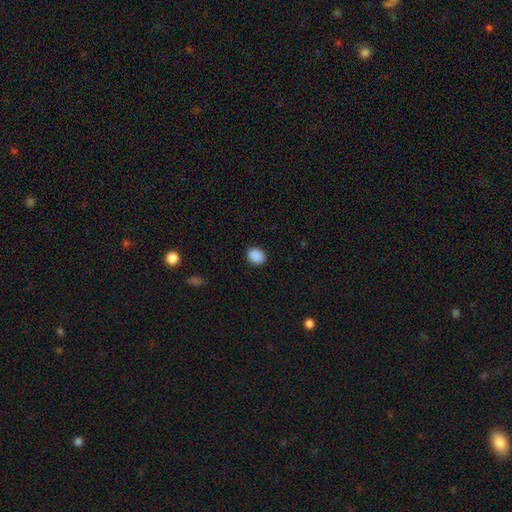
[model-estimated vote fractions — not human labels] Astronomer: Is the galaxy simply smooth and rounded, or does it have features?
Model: smooth — 90%.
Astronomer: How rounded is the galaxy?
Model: in between — 56% (runner-up: round, 43%).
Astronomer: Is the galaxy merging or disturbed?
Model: none — 90%.